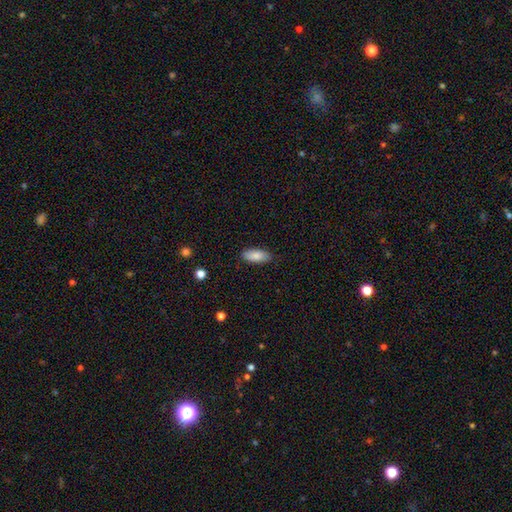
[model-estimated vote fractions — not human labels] Morphology: type=smooth (85%); roundness=in between (85%); merging=none (86%).